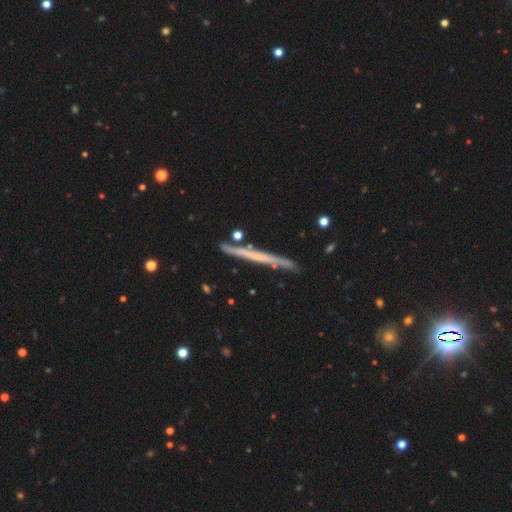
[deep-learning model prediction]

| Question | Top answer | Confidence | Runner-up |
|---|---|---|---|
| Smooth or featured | featured or disk | 57% | smooth (37%) |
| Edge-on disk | yes | 95% | no (5%) |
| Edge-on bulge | none | 88% | rounded (8%) |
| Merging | none | 83% | minor disturbance (12%) |